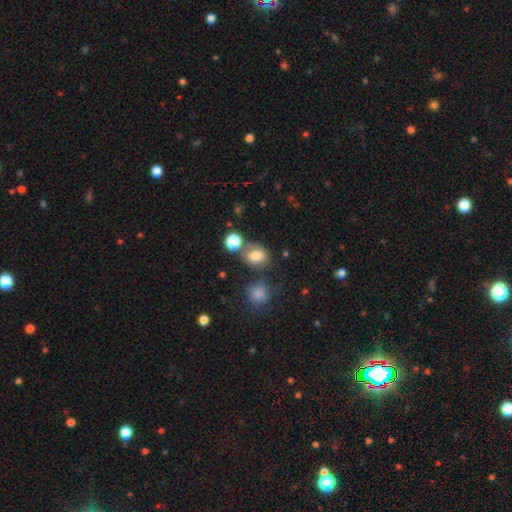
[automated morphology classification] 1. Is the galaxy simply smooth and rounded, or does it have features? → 77% smooth, 13% star or artifact, 10% featured or disk.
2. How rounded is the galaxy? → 52% in between, 47% round, 1% cigar-shaped.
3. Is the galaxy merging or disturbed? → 59% none, 17% minor disturbance, 16% merger, 7% major disturbance.